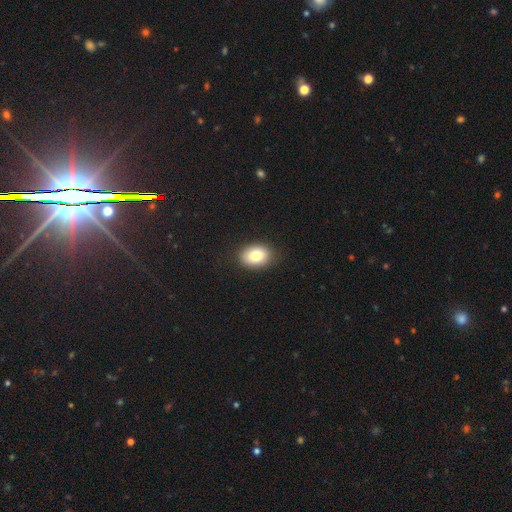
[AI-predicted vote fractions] This appears to be a smooth galaxy with no disk features (83%) that is in between round and cigar-shaped (73%). Merging: none (87%).